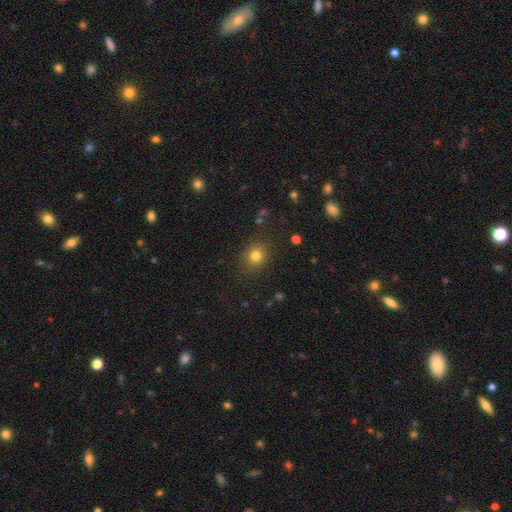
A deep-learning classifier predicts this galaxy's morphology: The model was most divided on "how rounded": round: 73%, in between: 26%, cigar-shaped: 1%. More confident: merging — none (86%); smooth or featured — smooth (79%).